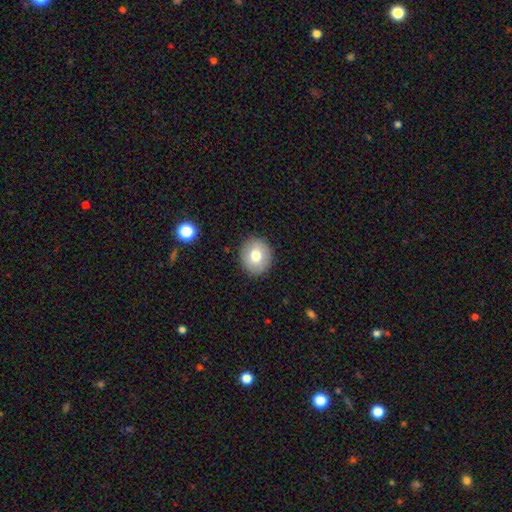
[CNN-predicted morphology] This appears to be a smooth galaxy with no disk features (74%) that is round (80%). Merging: none (90%).